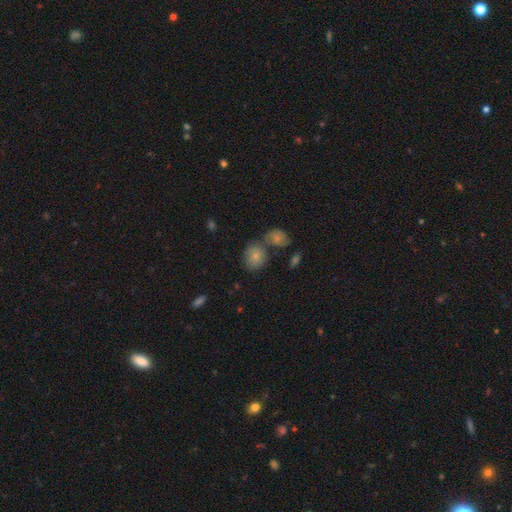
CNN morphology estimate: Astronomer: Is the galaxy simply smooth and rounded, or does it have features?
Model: smooth — 80%.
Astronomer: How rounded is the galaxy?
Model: round — 64%.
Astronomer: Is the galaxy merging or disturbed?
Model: none — 49% (runner-up: merger, 32%).